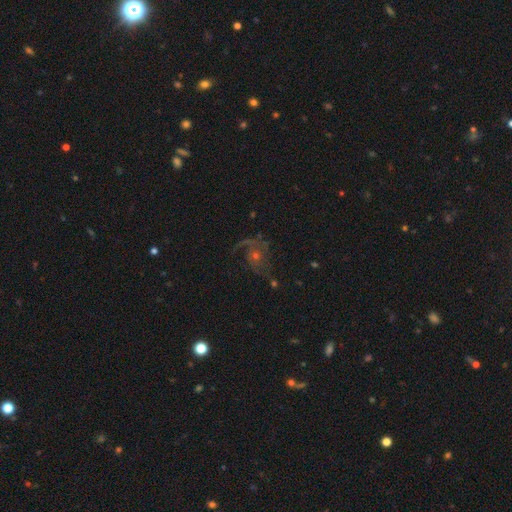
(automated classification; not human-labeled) Morphology: type=featured or disk (70%); edge-on=no (97%); bar=no (79%); spiral arms=yes (89%); winding=loose (42%); arm count=2 (49%); bulge=small (54%); merging=none (57%).